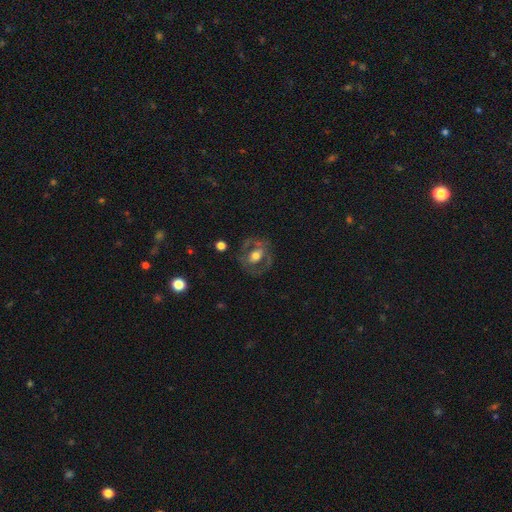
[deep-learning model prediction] Smooth or featured: featured or disk — 60% (smooth — 32%)
Edge-on disk: no — 94% (yes — 6%)
Bar: no — 61% (weak — 25%)
Spiral arms: no — 71% (yes — 29%)
Bulge size: moderate — 64% (large — 21%)
Merging: none — 67% (minor disturbance — 17%)